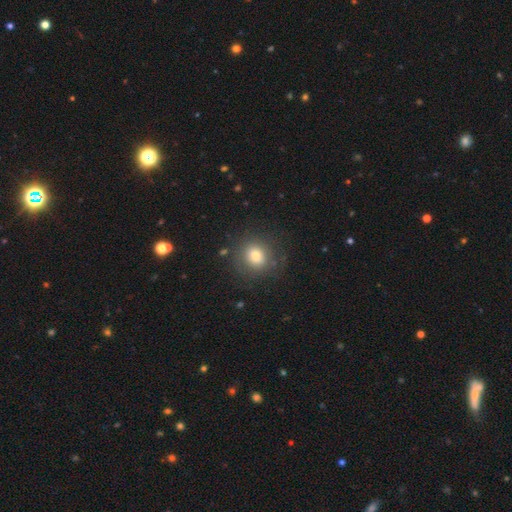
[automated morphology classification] smooth_or_featured: smooth (p=0.75) [alt: star or artifact p=0.13]
how_rounded: round (p=0.84) [alt: in between p=0.15]
merging: none (p=0.80) [alt: minor disturbance p=0.12]